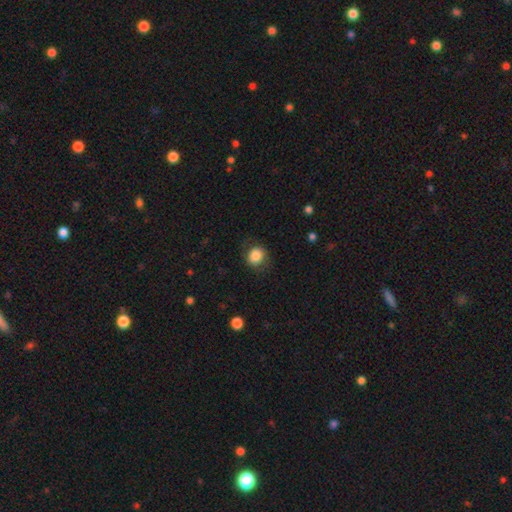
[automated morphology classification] smooth 85%, star or artifact 9%, featured or disk 7%. Down the decision tree: how rounded — round (78%); merging — none (78%).